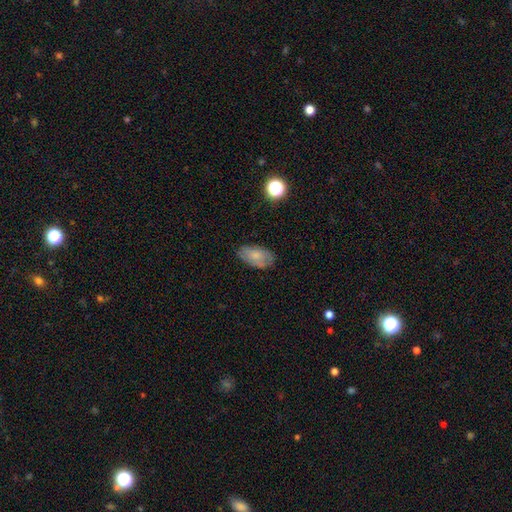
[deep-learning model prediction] The model was most divided on "smooth or featured": smooth: 70%, featured or disk: 21%, star or artifact: 8%. More confident: how rounded — in between (92%); merging — none (73%).